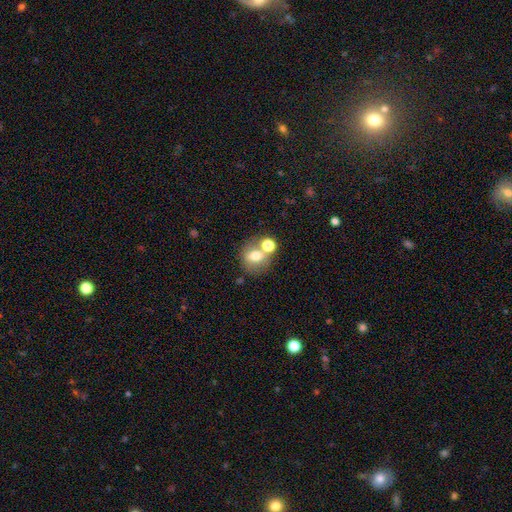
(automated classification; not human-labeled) smooth 67%, featured or disk 21%, star or artifact 12%. Down the decision tree: how rounded — round (68%); merging — none (53%).